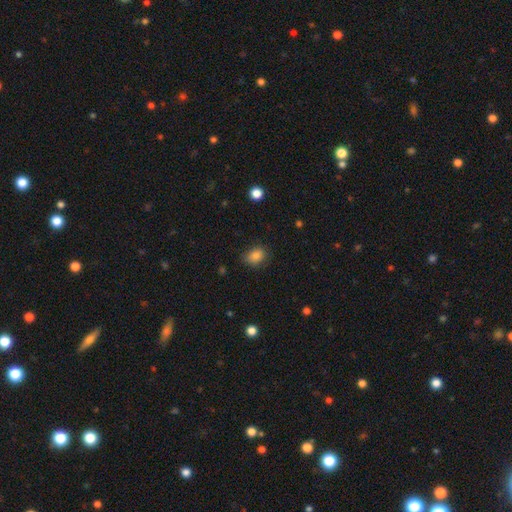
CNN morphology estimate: smooth_or_featured: smooth (p=0.84) [alt: star or artifact p=0.10]
how_rounded: in between (p=0.61) [alt: round p=0.38]
merging: none (p=0.79) [alt: minor disturbance p=0.17]